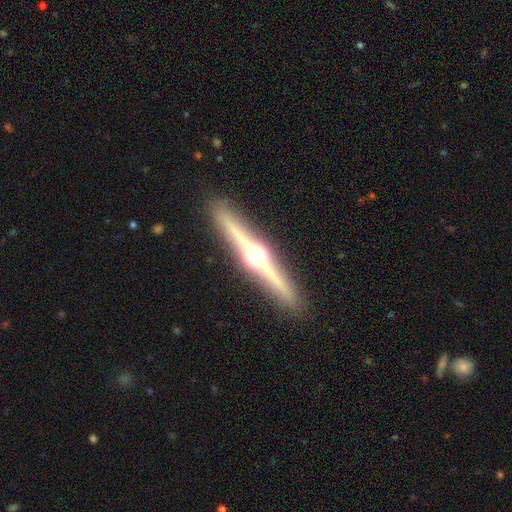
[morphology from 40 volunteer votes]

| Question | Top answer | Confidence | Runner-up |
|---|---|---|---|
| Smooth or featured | featured or disk | 82% | smooth (12%) |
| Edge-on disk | yes | 100% | — |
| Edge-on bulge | rounded | 97% | boxy (3%) |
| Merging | none | 84% | minor disturbance (8%) |